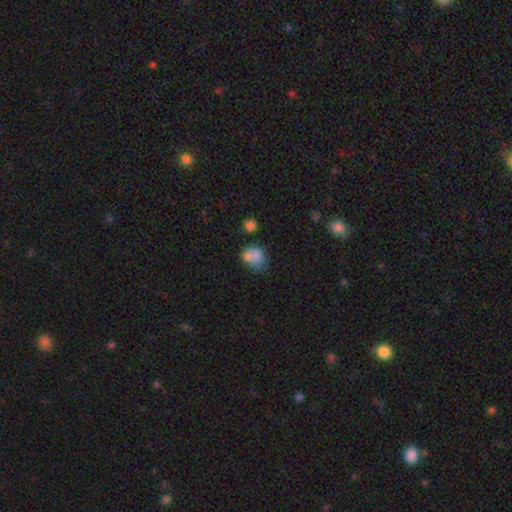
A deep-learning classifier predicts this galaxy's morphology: Q: Smooth or featured?
A: smooth (73%); runner-up: featured or disk (16%)
Q: How rounded?
A: round (57%); runner-up: in between (42%)
Q: Merging?
A: merger (39%); runner-up: none (34%)